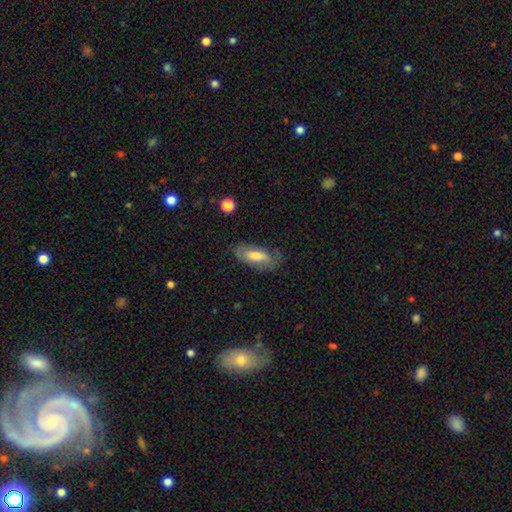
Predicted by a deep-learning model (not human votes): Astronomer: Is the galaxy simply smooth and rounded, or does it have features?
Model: smooth — 51% (runner-up: featured or disk, 41%).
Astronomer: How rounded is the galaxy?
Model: in between — 80%.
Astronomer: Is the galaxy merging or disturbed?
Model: none — 72%.